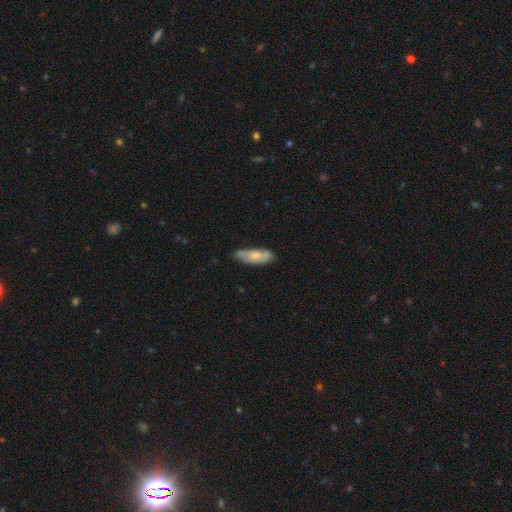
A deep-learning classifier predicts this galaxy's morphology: A smooth galaxy with no disk features (68%) that is in between round and cigar-shaped (61%).

Vote fractions:
- Smooth or featured? smooth: 68% / featured or disk: 26% / star or artifact: 6%
- How rounded? in between: 61% / cigar-shaped: 37% / round: 2%
- Merging? none: 67% / minor disturbance: 26% / major disturbance: 5% / merger: 2%